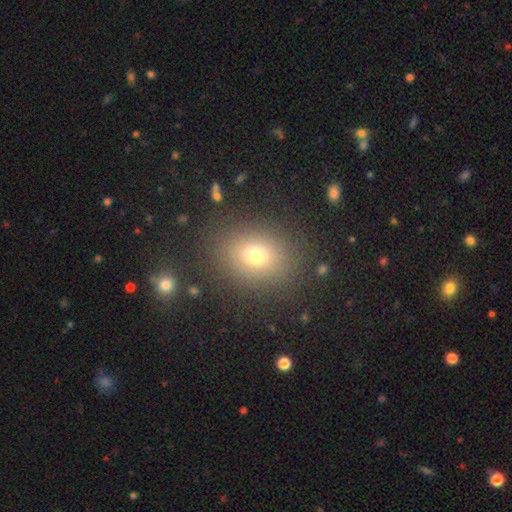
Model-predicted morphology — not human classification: This appears to be a smooth galaxy with no disk features (71%) that is round (51%). Merging: none (83%).